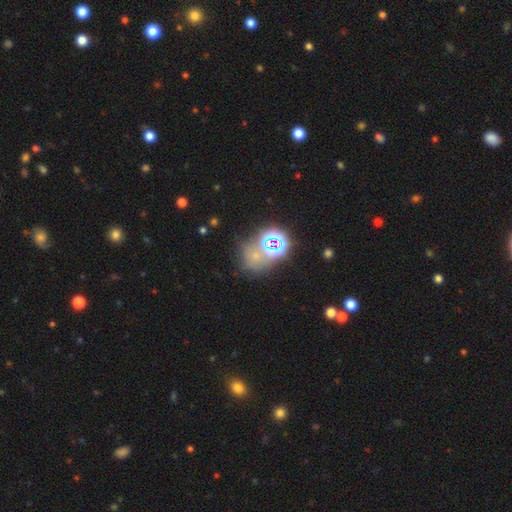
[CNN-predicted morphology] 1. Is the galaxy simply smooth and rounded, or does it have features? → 46% star or artifact, 40% smooth, 14% featured or disk.